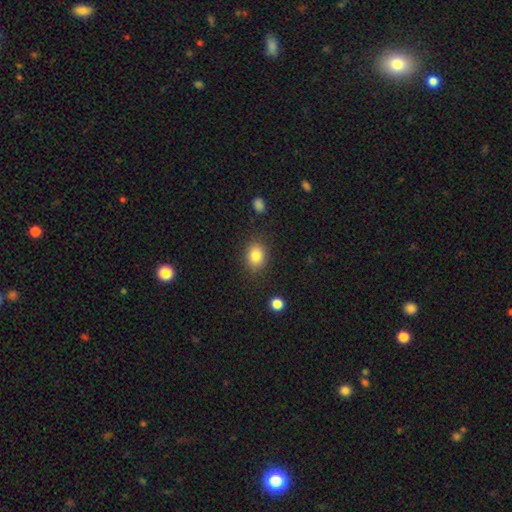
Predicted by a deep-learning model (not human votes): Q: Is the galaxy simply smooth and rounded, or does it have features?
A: smooth — 83%.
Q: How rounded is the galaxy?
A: in between — 51%.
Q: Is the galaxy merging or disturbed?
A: none — 84%.